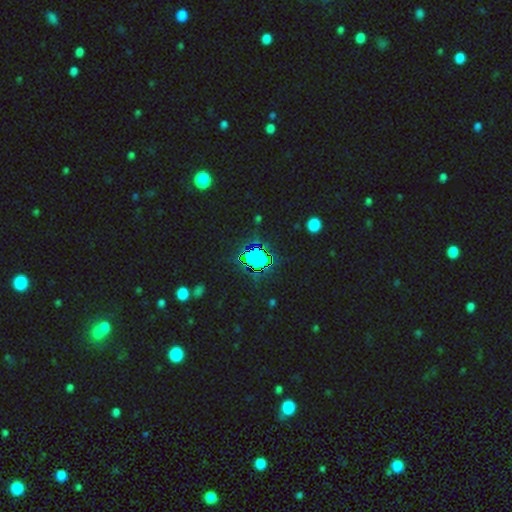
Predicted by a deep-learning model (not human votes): smooth_or_featured: star or artifact (p=0.73) [alt: smooth p=0.18]